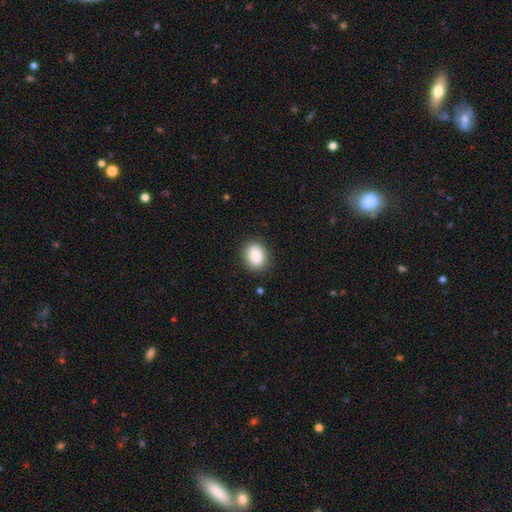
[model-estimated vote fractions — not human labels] Smooth or featured: smooth — 88% (star or artifact — 8%)
How rounded: in between — 63% (round — 36%)
Merging: none — 88% (minor disturbance — 9%)